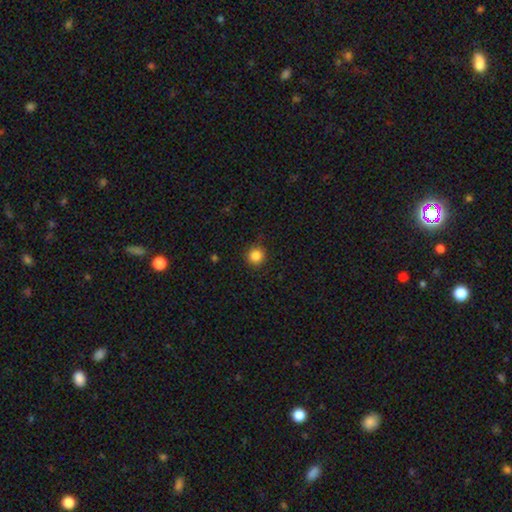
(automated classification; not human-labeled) smooth 85%, star or artifact 11%, featured or disk 3%. Down the decision tree: how rounded — round (93%); merging — none (88%).